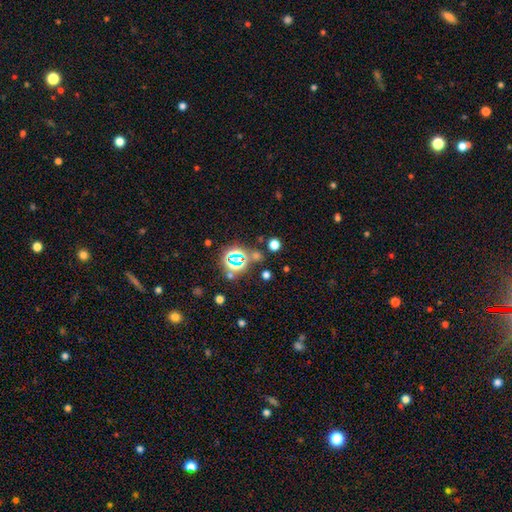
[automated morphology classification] type=star or artifact (60%).